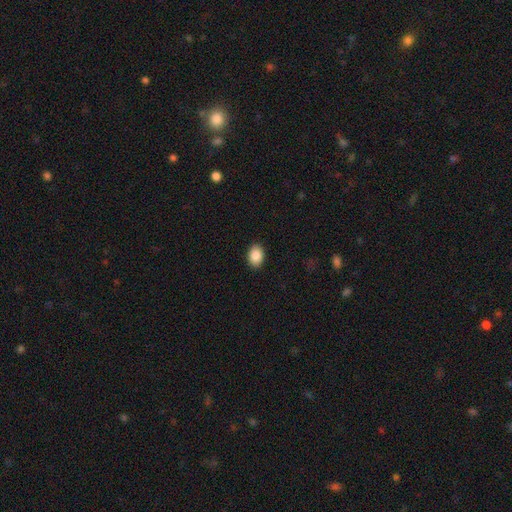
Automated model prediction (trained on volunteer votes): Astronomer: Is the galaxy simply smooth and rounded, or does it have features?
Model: smooth — 88%.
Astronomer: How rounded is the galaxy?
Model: in between — 77%.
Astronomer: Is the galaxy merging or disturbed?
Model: none — 90%.